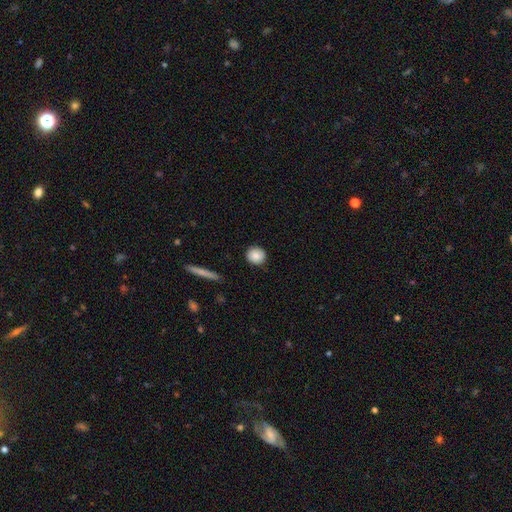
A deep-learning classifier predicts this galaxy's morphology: Smooth or featured: smooth — 87% (star or artifact — 7%)
How rounded: round — 90% (in between — 9%)
Merging: none — 89% (minor disturbance — 8%)